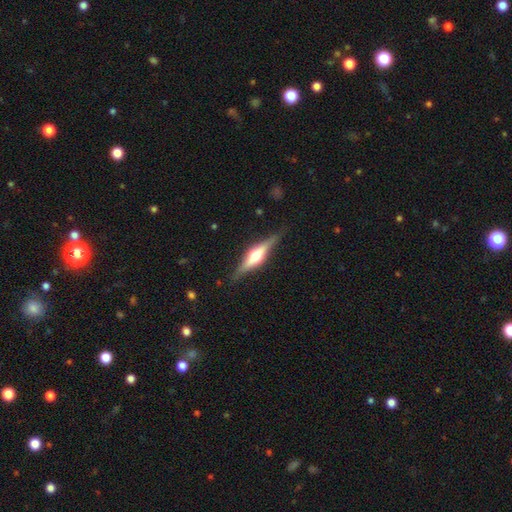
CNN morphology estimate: This is likely a featured or disk galaxy (74%). It is clearly viewed edge-on (97%). Edge-on bulge: clearly rounded (90%). Merging: clearly none (85%).